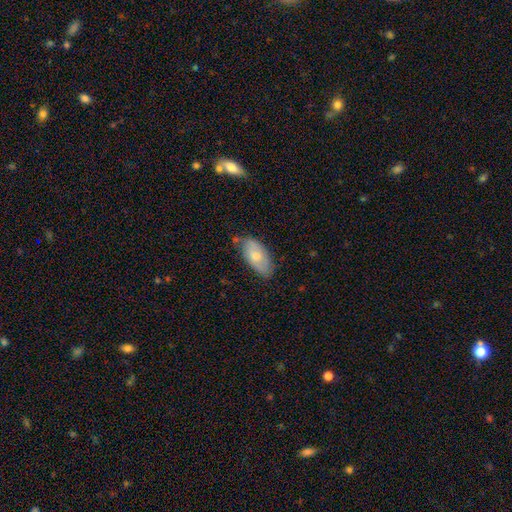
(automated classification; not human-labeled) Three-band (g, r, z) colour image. It shows a smooth galaxy with no disk features (68%) that is in between round and cigar-shaped (92%). Merging: none (70%).